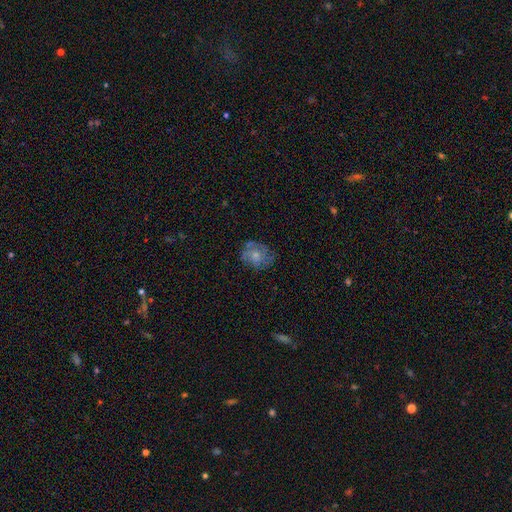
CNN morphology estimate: type=smooth (47%); merging=none (64%).